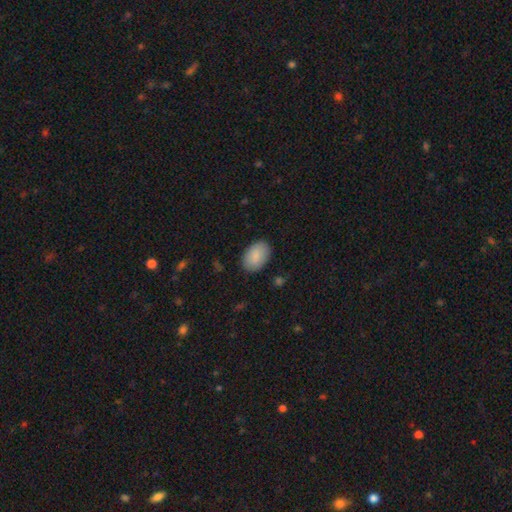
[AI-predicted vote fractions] smooth 89%, star or artifact 6%, featured or disk 5%. Down the decision tree: how rounded — in between (89%); merging — none (86%).